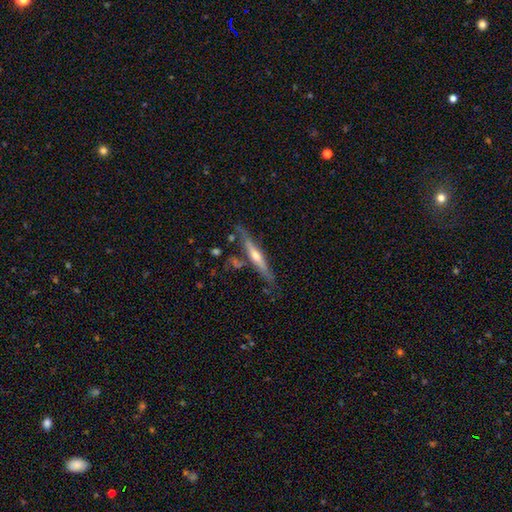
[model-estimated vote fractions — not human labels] smooth-or-featured: featured or disk: 69% | smooth: 25% | star or artifact: 6%
  disk-edge-on: yes: 95% | no: 5%
    edge-on-bulge: rounded: 83% | none: 13% | boxy: 4%
  merging: none: 76% | minor disturbance: 15% | merger: 6% | major disturbance: 3%